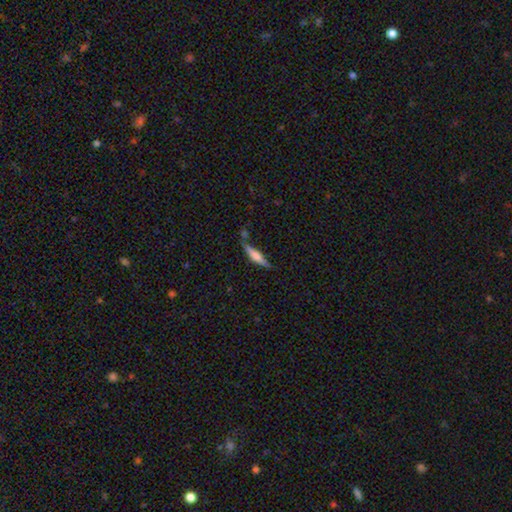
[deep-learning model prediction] The model was most divided on "smooth or featured": featured or disk: 50%, smooth: 44%, star or artifact: 7%. More confident: merging — none (74%).